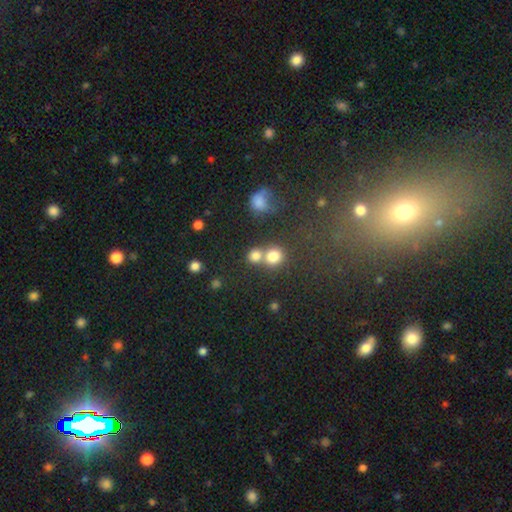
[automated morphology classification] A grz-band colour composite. It shows a smooth galaxy with no disk features (77%) that is round (85%). Merging: none (47%).